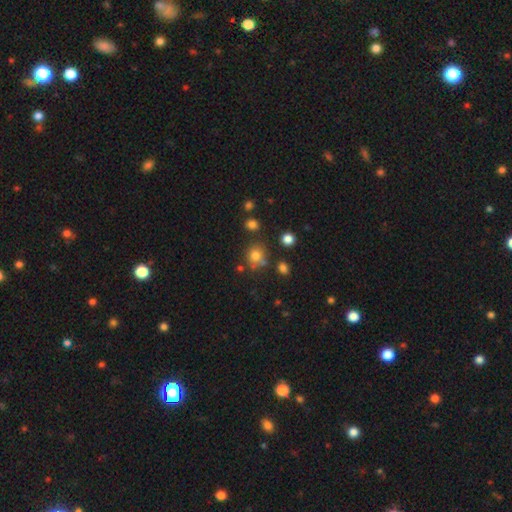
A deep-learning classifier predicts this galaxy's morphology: smooth-or-featured: smooth: 76% | star or artifact: 16% | featured or disk: 8%
  how-rounded: round: 82% | in between: 17% | cigar-shaped: 1%
  merging: none: 70% | minor disturbance: 13% | merger: 12% | major disturbance: 5%